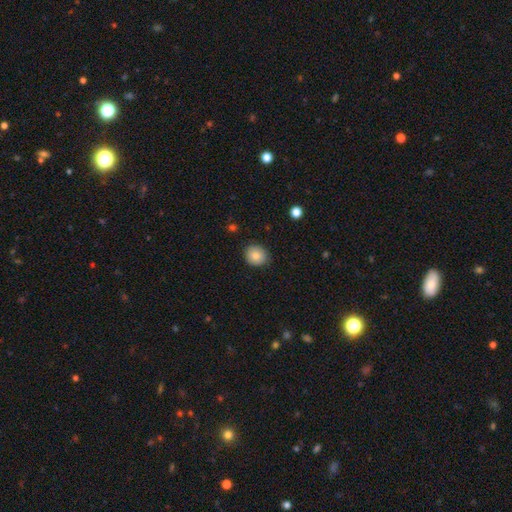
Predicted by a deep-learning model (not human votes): Smooth or featured?
  - smooth: 83% *
  - star or artifact: 9%
  - featured or disk: 8%
How rounded?
  - round: 81% *
  - in between: 18%
  - cigar-shaped: 1%
Merging?
  - none: 86% *
  - minor disturbance: 11%
  - major disturbance: 2%
  - merger: 1%